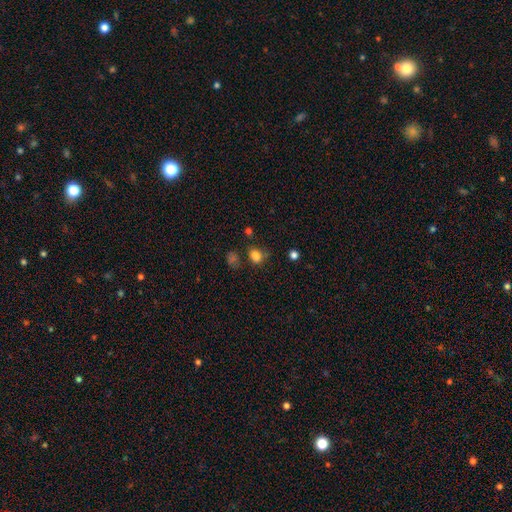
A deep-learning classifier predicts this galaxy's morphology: smooth-or-featured: smooth: 80% | star or artifact: 15% | featured or disk: 6%
  how-rounded: round: 55% | in between: 44% | cigar-shaped: 1%
  merging: none: 65% | minor disturbance: 20% | major disturbance: 8% | merger: 7%